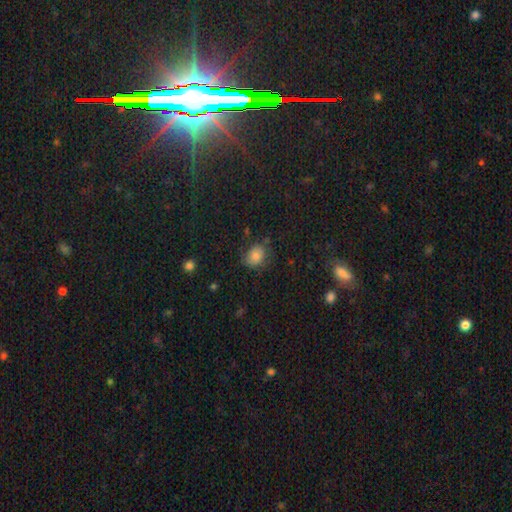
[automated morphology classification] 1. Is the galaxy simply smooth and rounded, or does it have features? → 77% smooth, 14% star or artifact, 10% featured or disk.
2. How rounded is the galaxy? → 60% round, 39% in between, 1% cigar-shaped.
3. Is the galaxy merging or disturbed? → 68% none, 22% minor disturbance, 8% major disturbance, 2% merger.